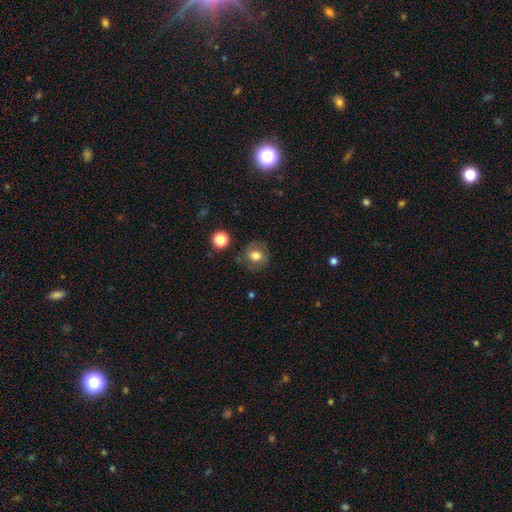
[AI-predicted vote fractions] smooth-or-featured: smooth: 70% | featured or disk: 20% | star or artifact: 10%
  how-rounded: round: 76% | in between: 23% | cigar-shaped: 1%
  merging: none: 75% | minor disturbance: 16% | major disturbance: 6% | merger: 3%